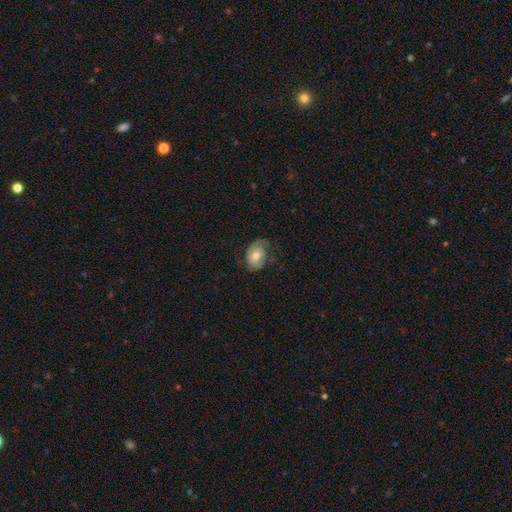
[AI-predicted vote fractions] Overall: smooth (61%; featured or disk 32%). How rounded: in between (76%). Merging: none (52%; minor disturbance 30%).